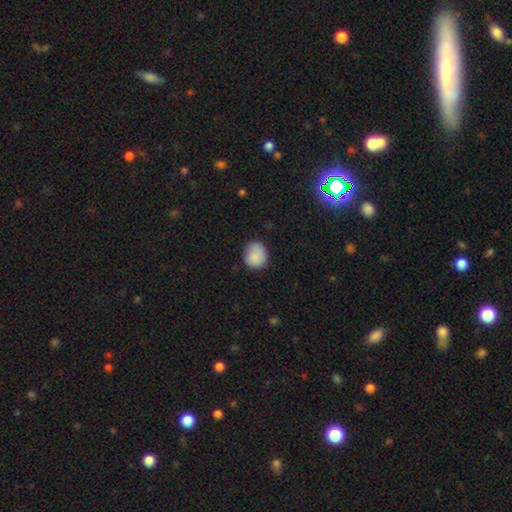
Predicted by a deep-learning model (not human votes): smooth-or-featured: smooth: 88% | star or artifact: 8% | featured or disk: 4%
  how-rounded: round: 73% | in between: 26% | cigar-shaped: 1%
  merging: none: 78% | minor disturbance: 17% | major disturbance: 3% | merger: 1%